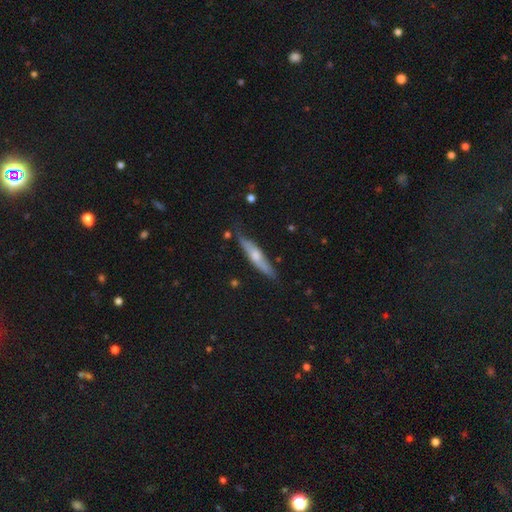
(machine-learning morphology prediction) A featured or disk galaxy (48%). Merging: none (77%).